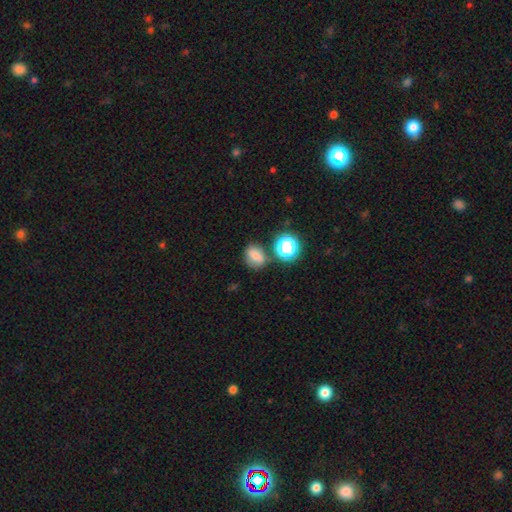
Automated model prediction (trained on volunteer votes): smooth 72%, star or artifact 17%, featured or disk 10%. Down the decision tree: how rounded — in between (59%); merging — none (65%).